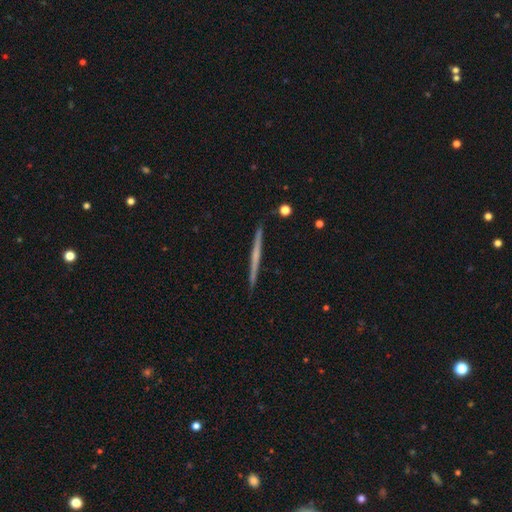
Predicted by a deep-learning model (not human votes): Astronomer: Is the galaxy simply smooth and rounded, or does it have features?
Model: featured or disk — 61%.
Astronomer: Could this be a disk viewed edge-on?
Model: yes — 98%.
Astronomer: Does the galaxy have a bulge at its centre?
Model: none — 80%.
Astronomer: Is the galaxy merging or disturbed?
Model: none — 92%.